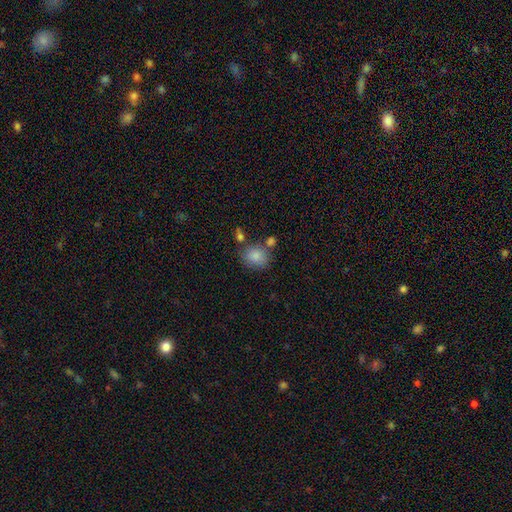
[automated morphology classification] This appears to be a smooth galaxy with no disk features (85%) that is round (62%). Merging: none (65%).